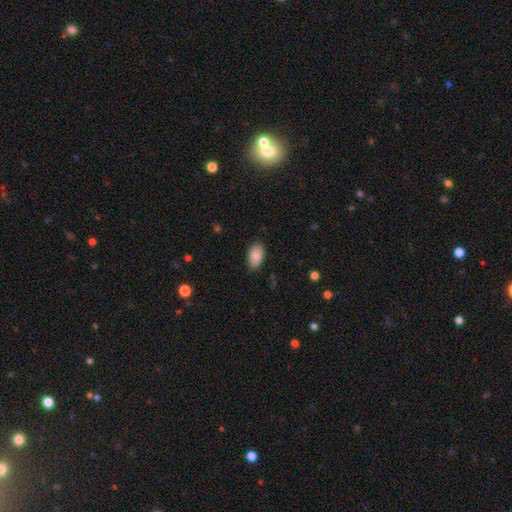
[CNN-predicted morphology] This is clearly a smooth galaxy (89%). How rounded: clearly in between (94%). Merging: clearly none (82%).